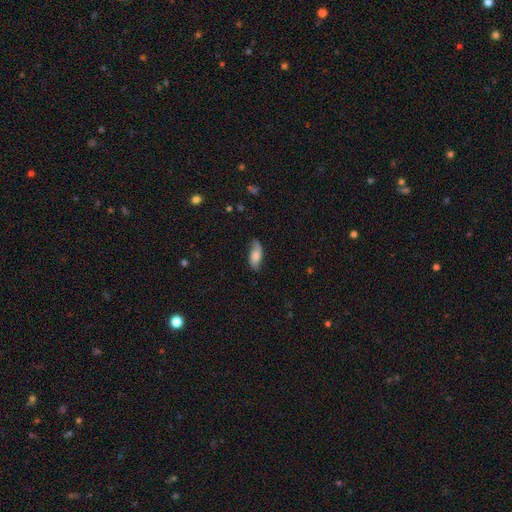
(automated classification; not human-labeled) The model was most divided on "smooth or featured": smooth: 59%, featured or disk: 34%, star or artifact: 7%. More confident: how rounded — in between (79%); merging — none (71%).